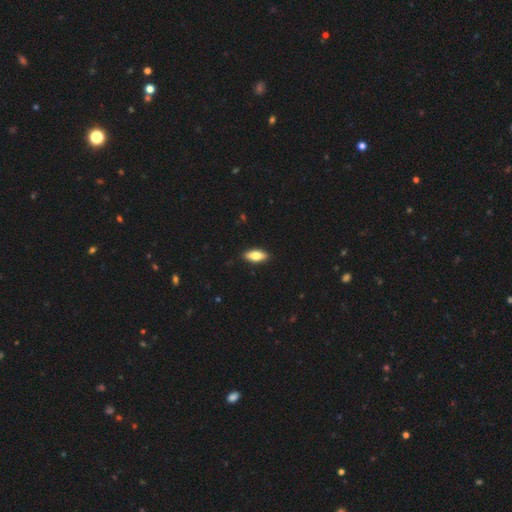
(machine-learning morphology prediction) A smooth galaxy with no disk features (72%) that is in between round and cigar-shaped (80%).

Vote fractions:
- Smooth or featured? smooth: 72% / featured or disk: 22% / star or artifact: 6%
- How rounded? in between: 80% / cigar-shaped: 18% / round: 3%
- Merging? none: 89% / minor disturbance: 8% / major disturbance: 2% / merger: 1%